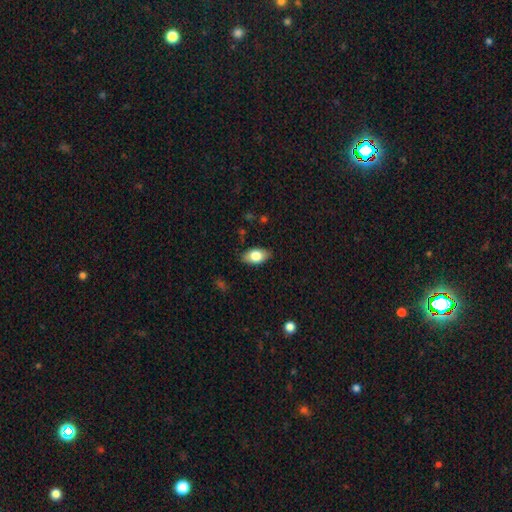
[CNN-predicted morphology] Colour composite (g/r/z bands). It shows a smooth galaxy with no disk features (78%) that is in between round and cigar-shaped (91%). Merging: none (84%).